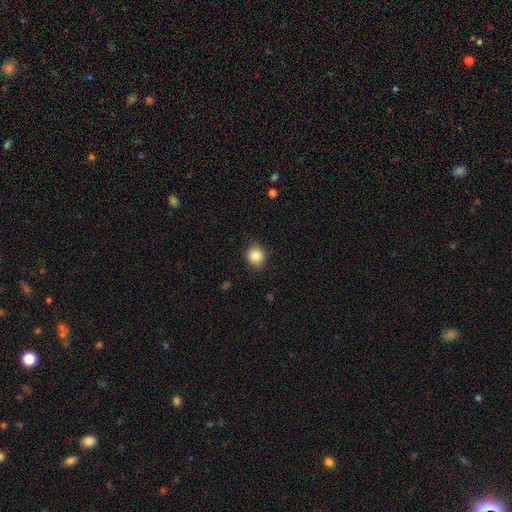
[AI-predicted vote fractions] Smooth or featured? Predicted: smooth (p=0.85). How rounded? Predicted: round (p=0.83). Merging? Predicted: none (p=0.87).